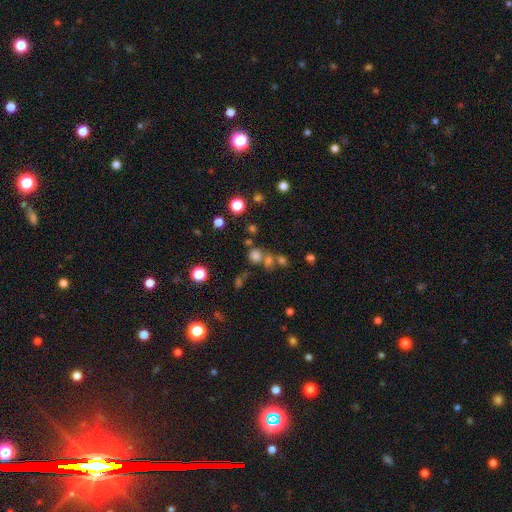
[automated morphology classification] Smooth or featured? smooth (66%)
How rounded? round (81%)
Merging? none (54%)